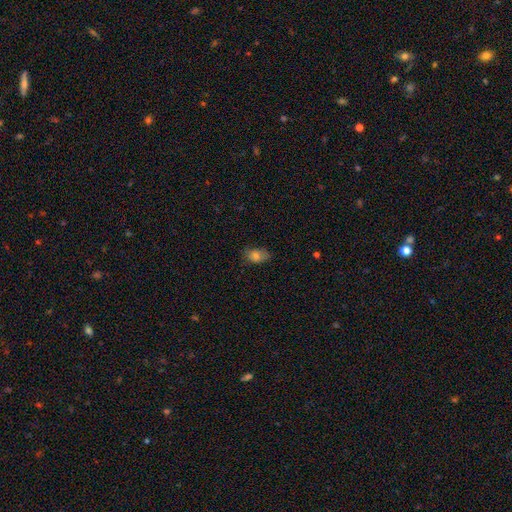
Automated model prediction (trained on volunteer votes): smooth-or-featured: smooth: 77% | featured or disk: 13% | star or artifact: 10%
  how-rounded: in between: 84% | round: 14% | cigar-shaped: 2%
  merging: none: 63% | minor disturbance: 28% | major disturbance: 7% | merger: 1%